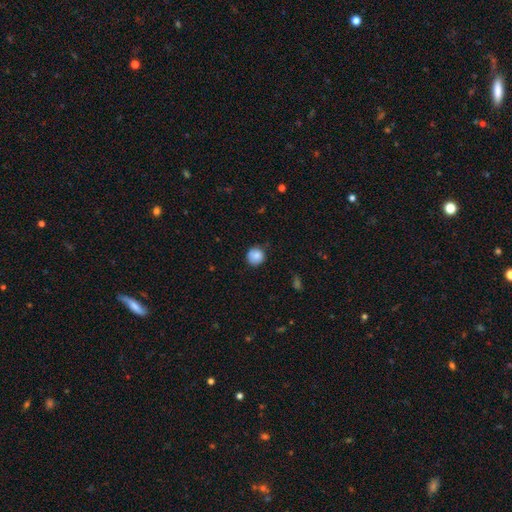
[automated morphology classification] Smooth or featured?
  - smooth: 85% *
  - star or artifact: 9%
  - featured or disk: 7%
How rounded?
  - round: 92% *
  - in between: 8%
  - cigar-shaped: 1%
Merging?
  - none: 77% *
  - minor disturbance: 18%
  - major disturbance: 3%
  - merger: 2%